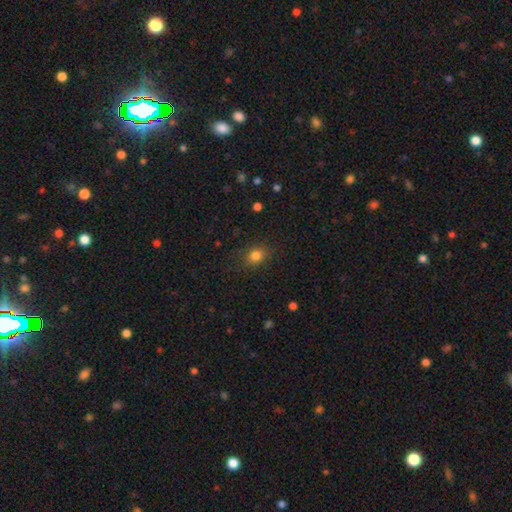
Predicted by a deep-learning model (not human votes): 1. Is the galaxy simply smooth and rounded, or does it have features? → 81% smooth, 12% star or artifact, 6% featured or disk.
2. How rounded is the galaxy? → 51% round, 48% in between, 1% cigar-shaped.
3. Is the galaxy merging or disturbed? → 80% none, 14% minor disturbance, 5% major disturbance, 1% merger.